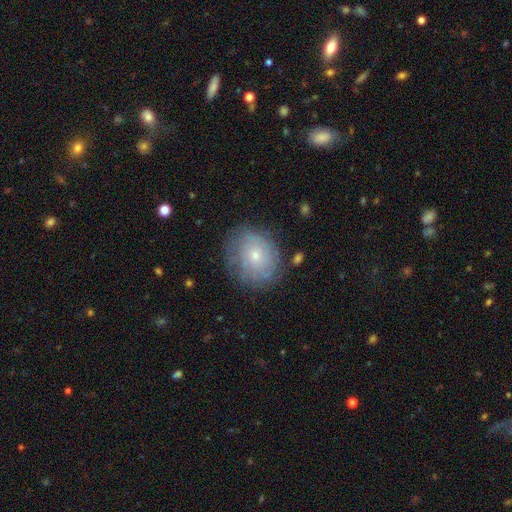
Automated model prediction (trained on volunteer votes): A featured or disk galaxy (50%).

Vote fractions:
- Smooth or featured? featured or disk: 50% / smooth: 41% / star or artifact: 9%
- Edge-on disk? no: 96% / yes: 4%
- Merging? none: 71% / minor disturbance: 20% / major disturbance: 8% / merger: 2%